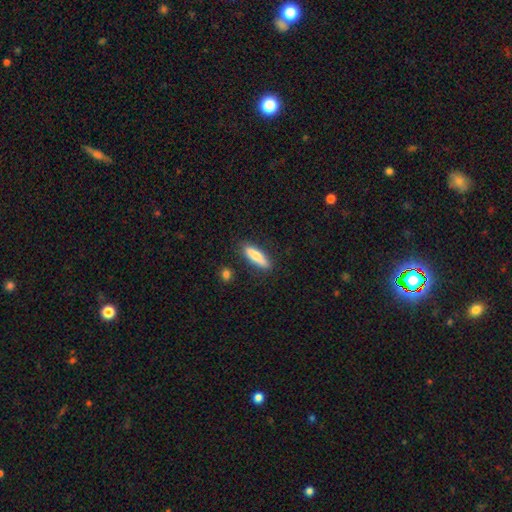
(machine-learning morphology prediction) type=smooth (76%); roundness=cigar-shaped (68%); merging=none (85%).